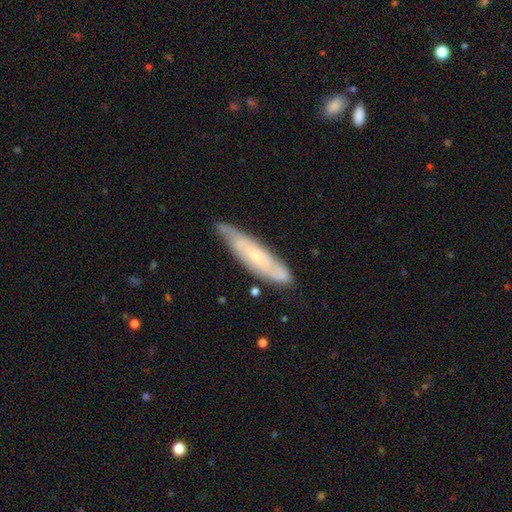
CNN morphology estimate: smooth_or_featured: featured or disk (p=0.60) [alt: smooth p=0.34]
disk_edge_on: no (p=0.62) [alt: yes p=0.38]
merging: none (p=0.69) [alt: minor disturbance p=0.24]